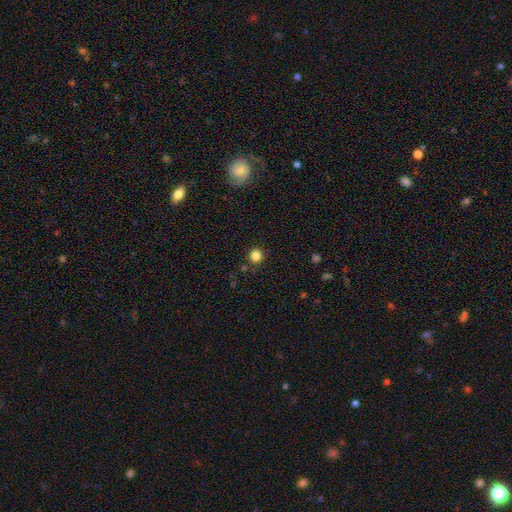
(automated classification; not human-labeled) Overall: smooth (84%). How rounded: round (90%). Merging: none (88%).